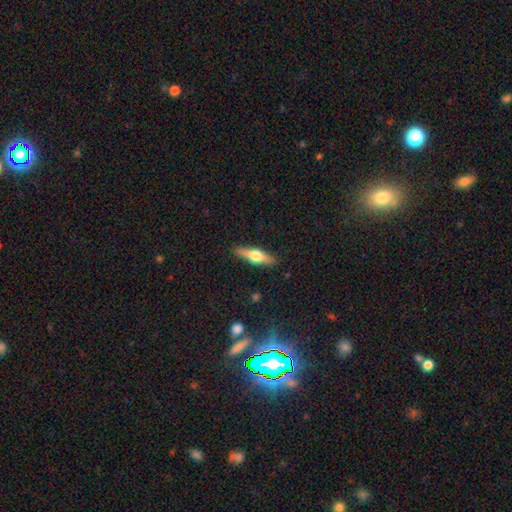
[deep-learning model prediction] A featured or disk galaxy (53%) viewed edge-on (94%).

Vote fractions:
- Smooth or featured? featured or disk: 53% / smooth: 42% / star or artifact: 6%
- Edge-on disk? yes: 94% / no: 6%
- Merging? none: 89% / minor disturbance: 8% / major disturbance: 2% / merger: 1%